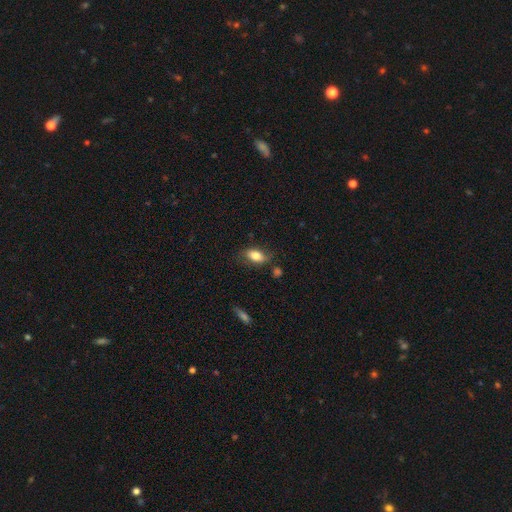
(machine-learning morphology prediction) type=smooth (78%); roundness=in between (88%); merging=none (70%).